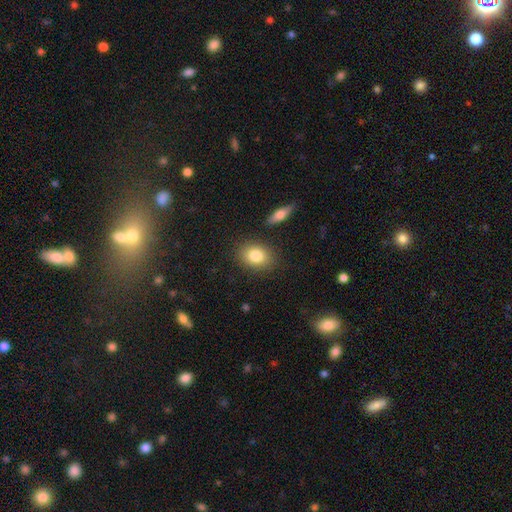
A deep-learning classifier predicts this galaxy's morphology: Overall: smooth (83%). How rounded: in between (69%; round 30%). Merging: none (84%).